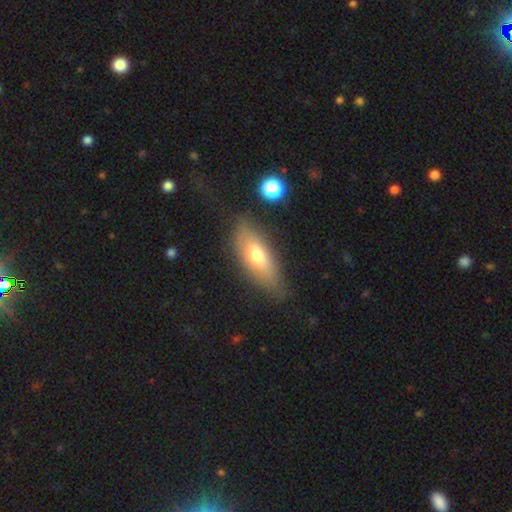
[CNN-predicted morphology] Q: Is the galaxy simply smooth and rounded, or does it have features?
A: smooth — 65%.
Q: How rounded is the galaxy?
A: in between — 73%.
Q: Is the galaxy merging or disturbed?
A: none — 73%.